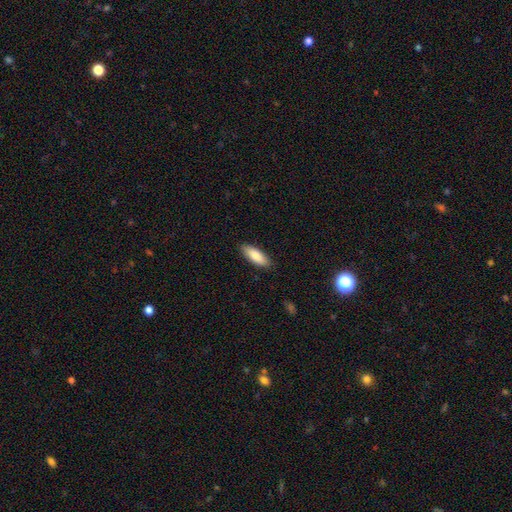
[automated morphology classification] smooth 85%, featured or disk 10%, star or artifact 6%. Down the decision tree: how rounded — in between (71%); merging — none (88%).